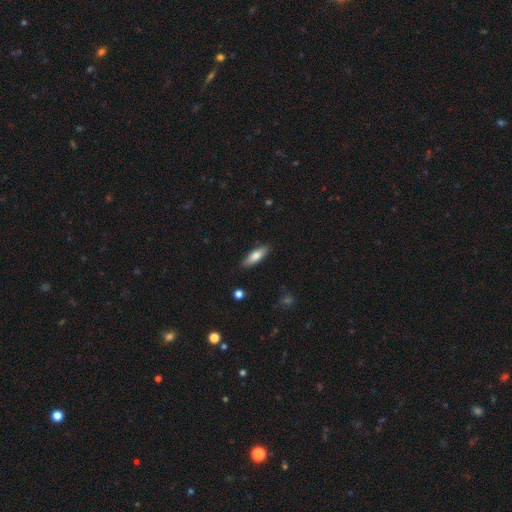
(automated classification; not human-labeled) This is likely a smooth galaxy (72%). How rounded: possibly cigar-shaped (51%). Merging: clearly none (86%).